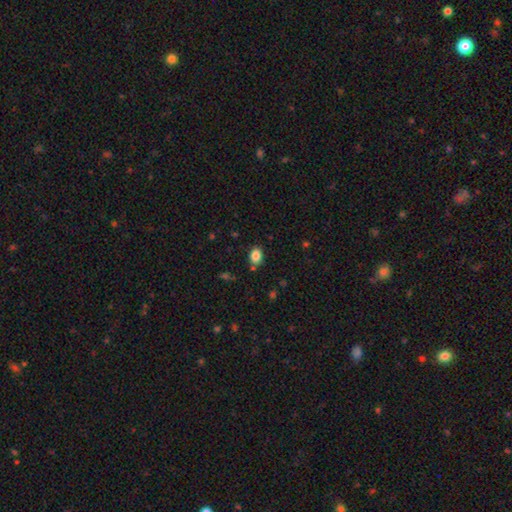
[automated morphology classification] A smooth galaxy with no disk features (85%) that is in between round and cigar-shaped (72%).

Vote fractions:
- Smooth or featured? smooth: 85% / star or artifact: 10% / featured or disk: 5%
- How rounded? in between: 72% / round: 27% / cigar-shaped: 1%
- Merging? none: 81% / minor disturbance: 12% / merger: 4% / major disturbance: 3%